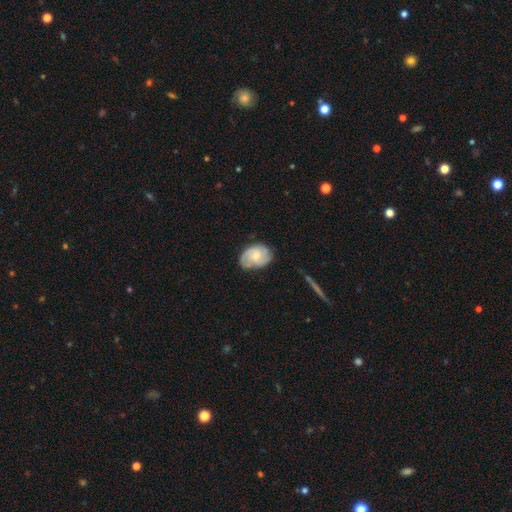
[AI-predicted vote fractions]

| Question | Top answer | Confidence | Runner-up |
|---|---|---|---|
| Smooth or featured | featured or disk | 63% | smooth (31%) |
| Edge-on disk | no | 97% | yes (3%) |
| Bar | no | 64% | weak (32%) |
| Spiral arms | yes | 90% | no (10%) |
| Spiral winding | tight | 48% | medium (39%) |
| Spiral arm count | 2 | 52% | can't tell (22%) |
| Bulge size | moderate | 46% | tied: small (46%) |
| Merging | none | 70% | minor disturbance (23%) |